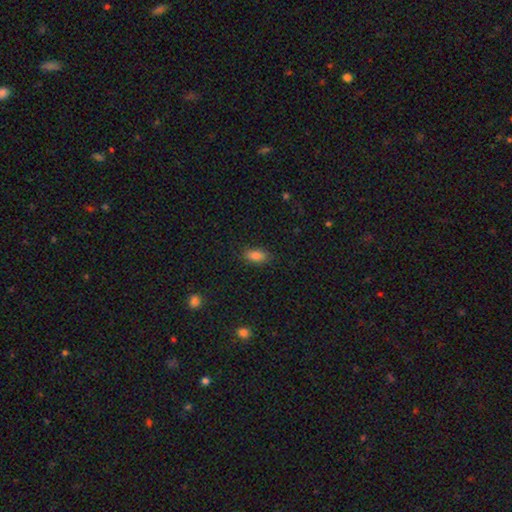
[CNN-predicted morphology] Smooth or featured? smooth (85%)
How rounded? in between (88%)
Merging? none (84%)